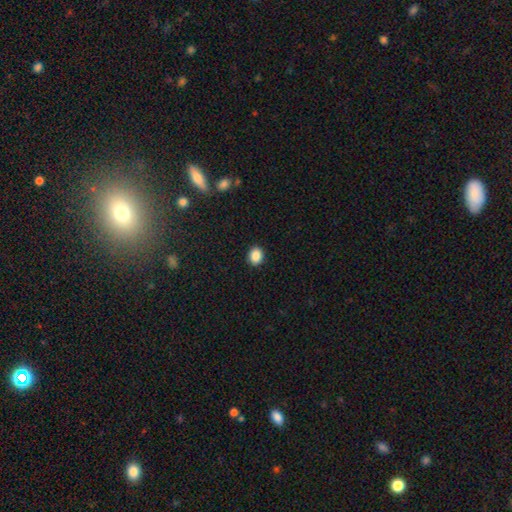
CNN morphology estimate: Q: Smooth or featured?
A: smooth (88%); runner-up: star or artifact (9%)
Q: How rounded?
A: round (60%); runner-up: in between (39%)
Q: Merging?
A: none (91%); runner-up: minor disturbance (6%)